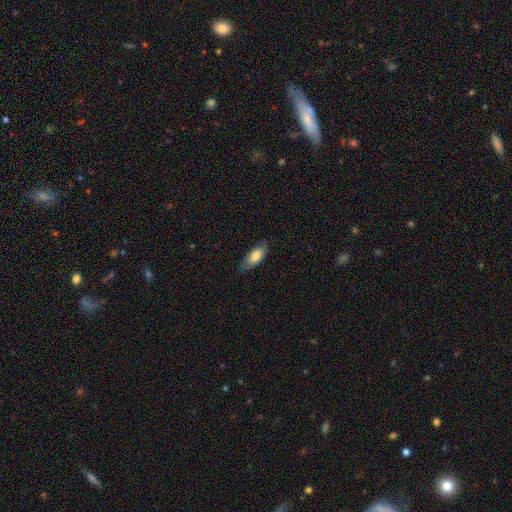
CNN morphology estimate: smooth 73%, featured or disk 21%, star or artifact 6%. Down the decision tree: how rounded — in between (81%); merging — none (74%).